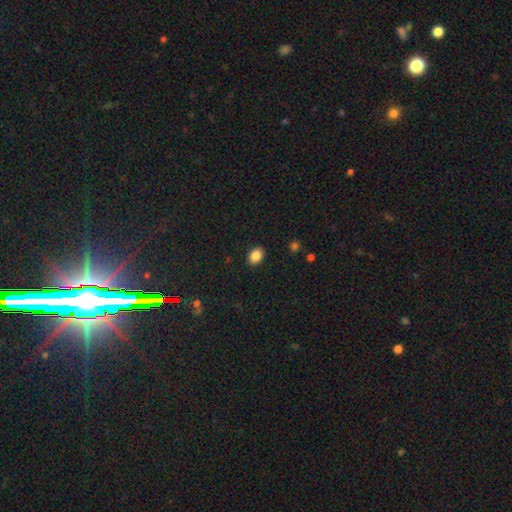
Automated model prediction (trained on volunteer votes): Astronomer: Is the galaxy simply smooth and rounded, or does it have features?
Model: smooth — 87%.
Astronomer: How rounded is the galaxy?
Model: in between — 72%.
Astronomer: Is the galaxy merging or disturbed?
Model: none — 90%.